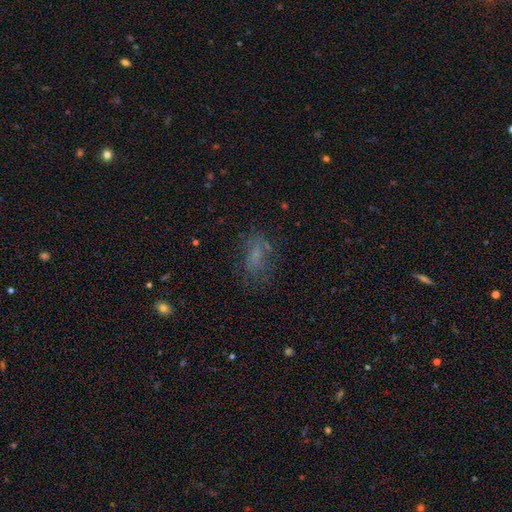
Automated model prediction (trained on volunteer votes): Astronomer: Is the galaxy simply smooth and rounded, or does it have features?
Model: smooth — 50% (runner-up: featured or disk, 29%).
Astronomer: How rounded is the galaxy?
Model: in between — 82%.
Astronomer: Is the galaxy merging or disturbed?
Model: none — 59%.